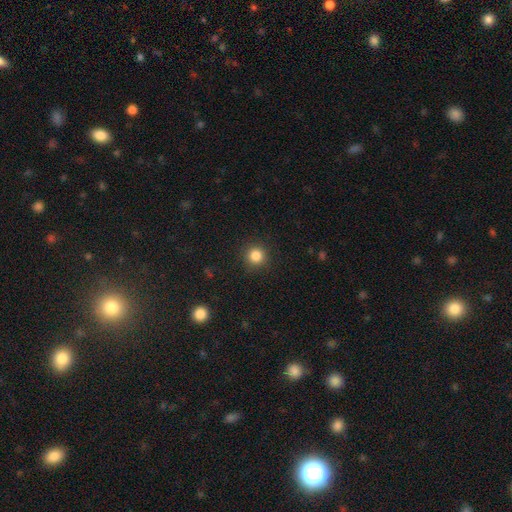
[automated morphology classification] This is clearly a smooth galaxy (84%). How rounded: clearly round (94%). Merging: clearly none (91%).